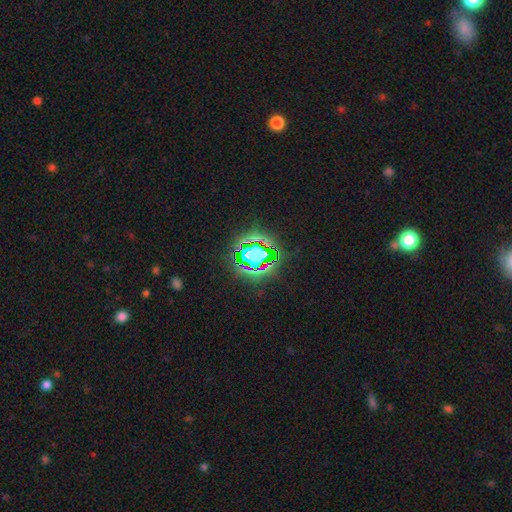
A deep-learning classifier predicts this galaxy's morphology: Overall: star or artifact (78%).